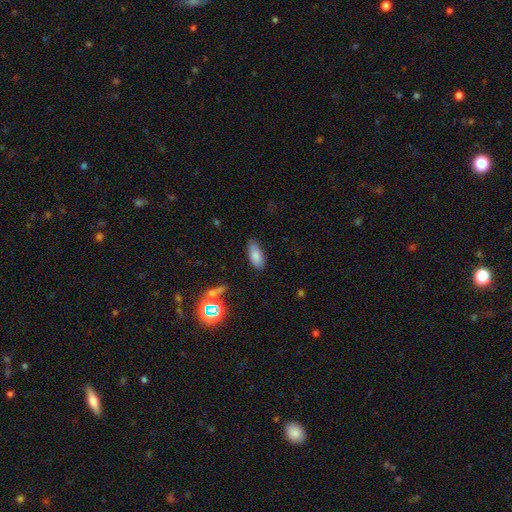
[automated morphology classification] This appears to be a smooth galaxy with no disk features (82%) that is in between round and cigar-shaped (85%). Merging: none (80%).